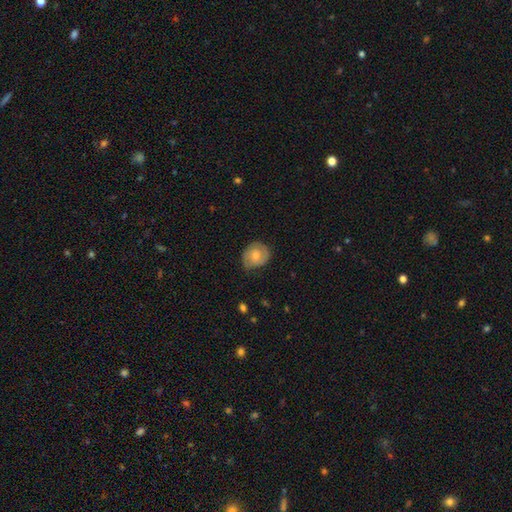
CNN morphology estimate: Smooth or featured?
  - featured or disk: 49% *
  - smooth: 44%
  - star or artifact: 7%
Merging?
  - none: 67% *
  - minor disturbance: 25%
  - major disturbance: 6%
  - merger: 1%